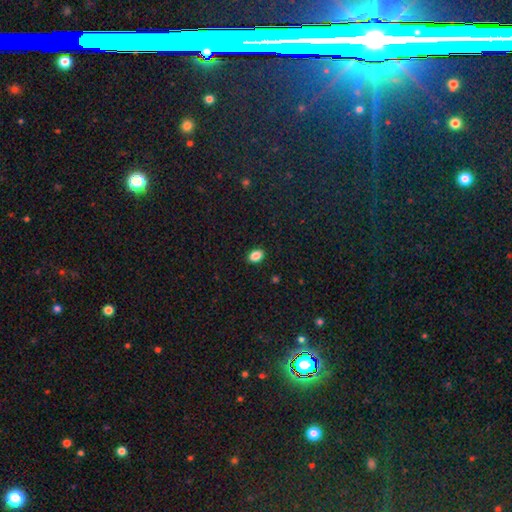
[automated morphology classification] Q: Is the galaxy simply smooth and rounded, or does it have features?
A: smooth — 87%.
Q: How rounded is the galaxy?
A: in between — 81%.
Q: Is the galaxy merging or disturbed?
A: none — 90%.